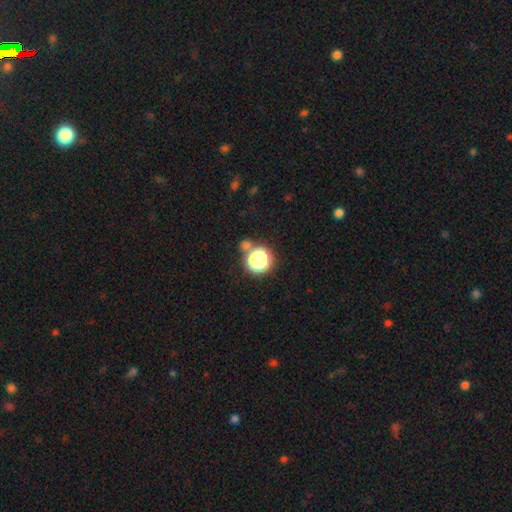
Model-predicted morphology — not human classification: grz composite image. It shows a star or artifact, not a galaxy (66%).